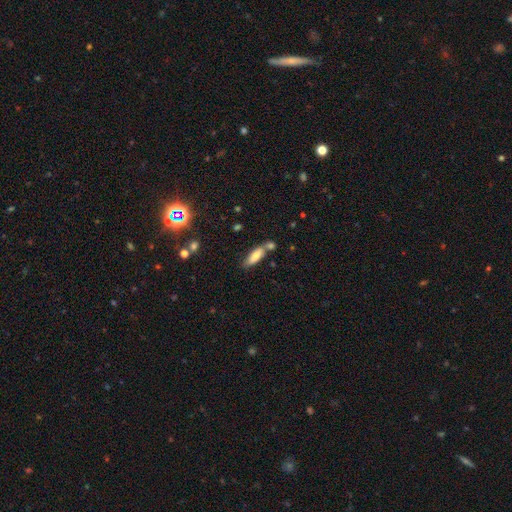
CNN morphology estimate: smooth-or-featured: smooth: 77% | featured or disk: 16% | star or artifact: 8%
  how-rounded: in between: 56% | cigar-shaped: 42% | round: 2%
  merging: none: 58% | merger: 23% | minor disturbance: 15% | major disturbance: 4%